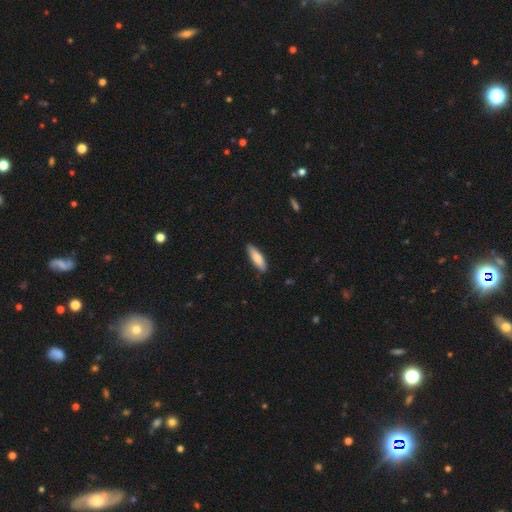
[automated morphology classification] This is likely a smooth galaxy (78%). How rounded: possibly cigar-shaped (59%). Merging: clearly none (88%).